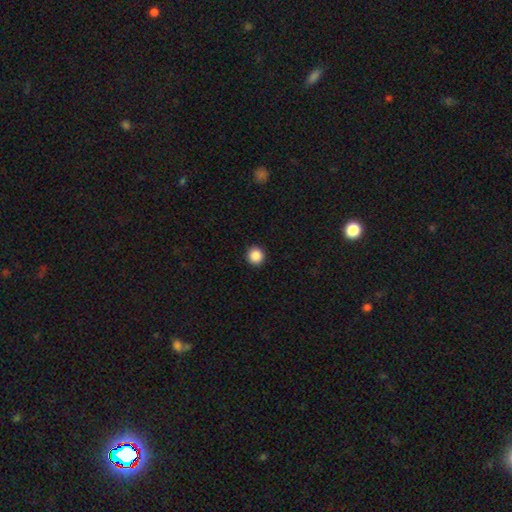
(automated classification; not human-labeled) Smooth or featured? smooth (88%)
How rounded? round (94%)
Merging? none (93%)